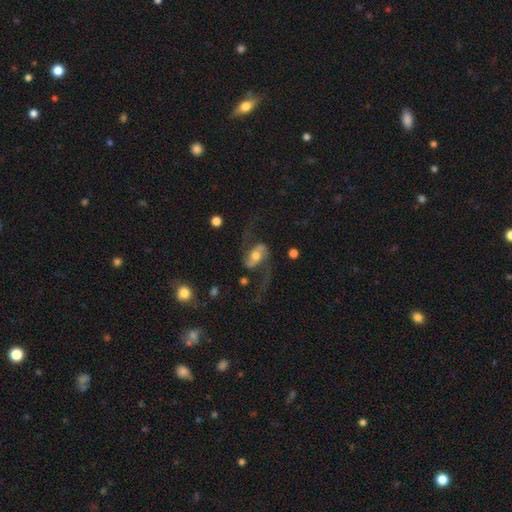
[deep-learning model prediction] smooth_or_featured: featured or disk (p=0.83) [alt: smooth p=0.11]
disk_edge_on: no (p=0.95) [alt: yes p=0.05]
bar: no (p=0.40) [alt: weak p=0.38]
has_spiral_arms: yes (p=0.94) [alt: no p=0.06]
spiral_winding: loose (p=0.75) [alt: medium p=0.21]
spiral_arm_count: 2 (p=0.93) [alt: 1 p=0.02]
bulge_size: moderate (p=0.67) [alt: small p=0.16]
merging: none (p=0.62) [alt: major disturbance p=0.20]